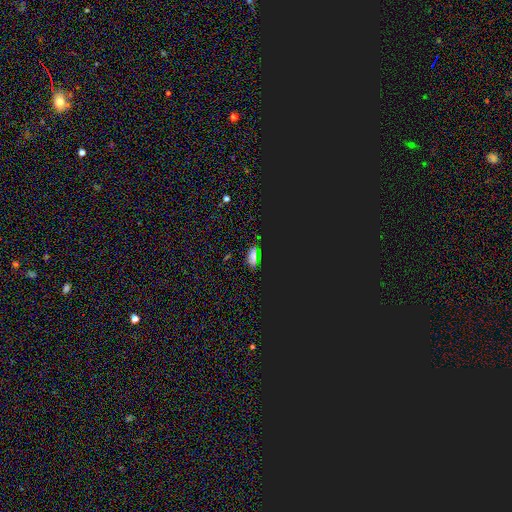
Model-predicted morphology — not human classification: Smooth or featured? Predicted: star or artifact (p=0.58).